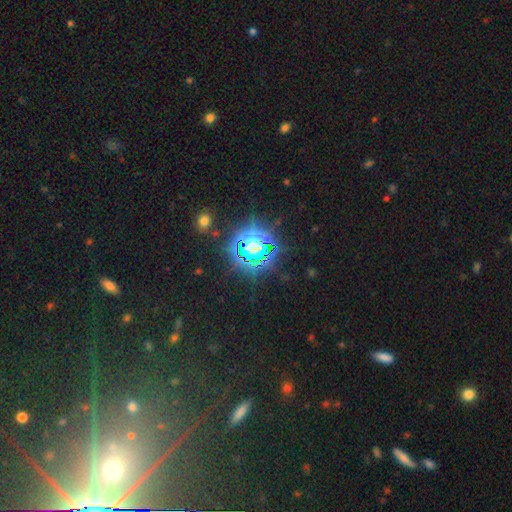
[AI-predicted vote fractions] Q: Smooth or featured?
A: star or artifact (79%); runner-up: smooth (12%)